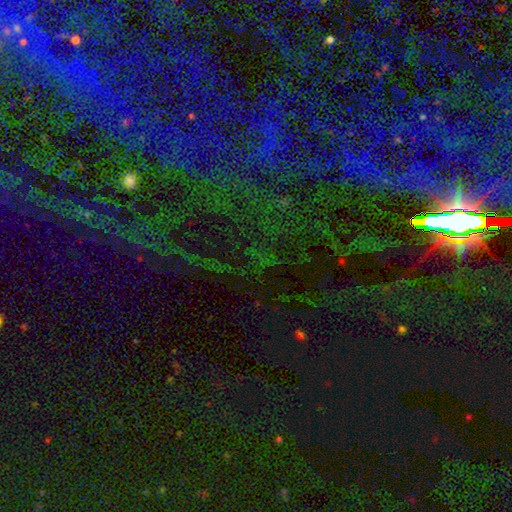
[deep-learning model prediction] star or artifact 76%, smooth 13%, featured or disk 11%.